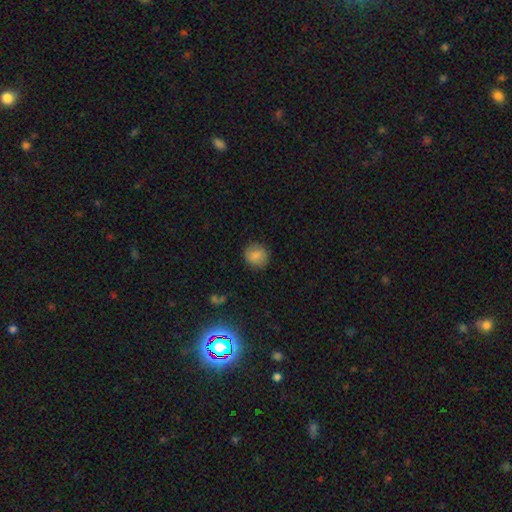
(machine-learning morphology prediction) A smooth galaxy with no disk features (83%) that is round (86%). Merging: none (85%).